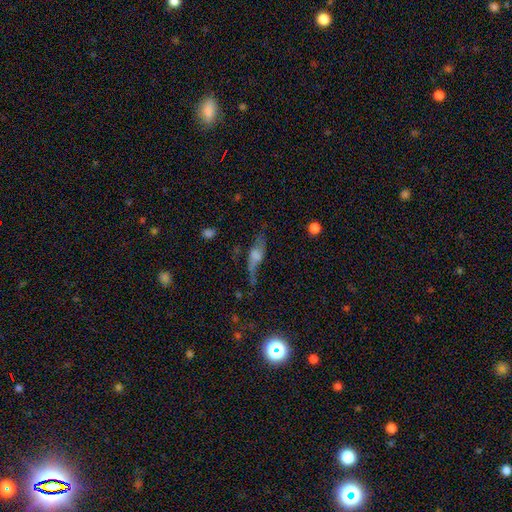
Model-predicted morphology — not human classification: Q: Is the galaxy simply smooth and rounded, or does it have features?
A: featured or disk — 54%.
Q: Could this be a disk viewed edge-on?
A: no — 53%.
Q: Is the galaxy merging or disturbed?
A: none — 46%.